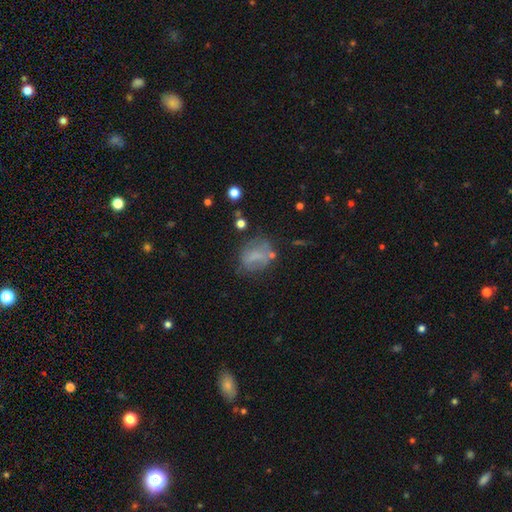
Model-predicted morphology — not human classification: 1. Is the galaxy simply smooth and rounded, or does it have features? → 58% smooth, 28% featured or disk, 14% star or artifact.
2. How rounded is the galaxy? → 52% in between, 45% round, 2% cigar-shaped.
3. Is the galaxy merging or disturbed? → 51% none, 25% minor disturbance, 17% major disturbance, 7% merger.